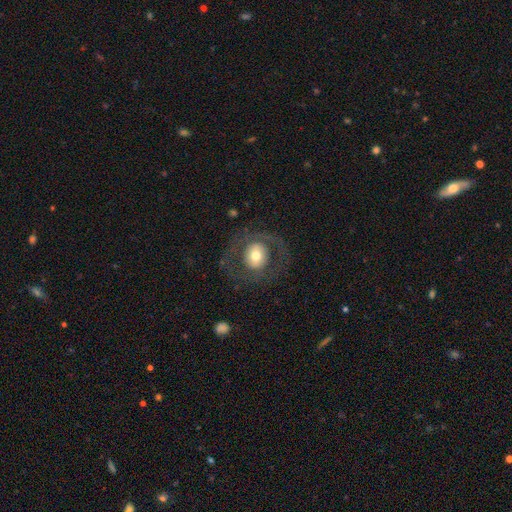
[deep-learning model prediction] Smooth or featured? smooth (47%)
Merging? none (74%)